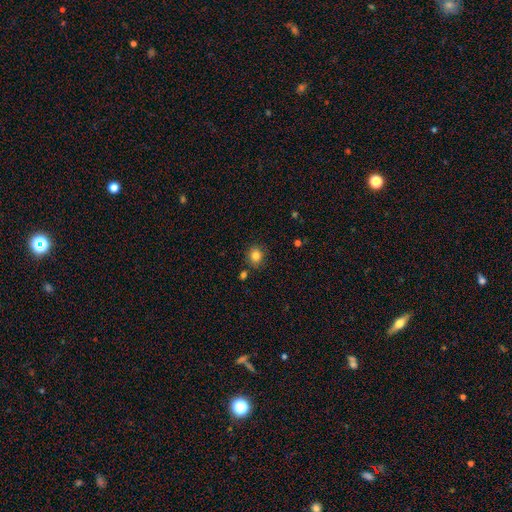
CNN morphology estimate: smooth_or_featured: smooth (p=0.83) [alt: star or artifact p=0.11]
how_rounded: round (p=0.76) [alt: in between p=0.23]
merging: none (p=0.85) [alt: minor disturbance p=0.09]